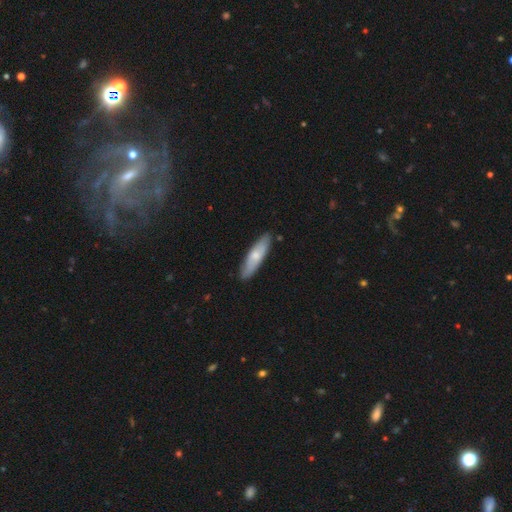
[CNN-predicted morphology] This appears to be a smooth galaxy with no disk features (63%) that is cigar-shaped (65%). Merging: none (85%).